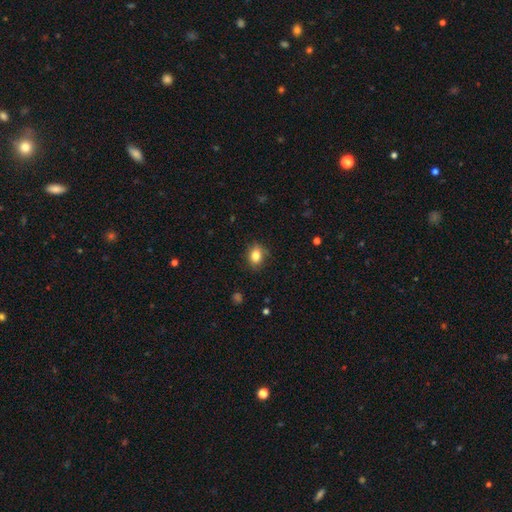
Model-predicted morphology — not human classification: Smooth or featured?
  - smooth: 83% *
  - star or artifact: 9%
  - featured or disk: 8%
How rounded?
  - in between: 67% *
  - round: 32%
  - cigar-shaped: 1%
Merging?
  - none: 80% *
  - minor disturbance: 16%
  - major disturbance: 3%
  - merger: 1%